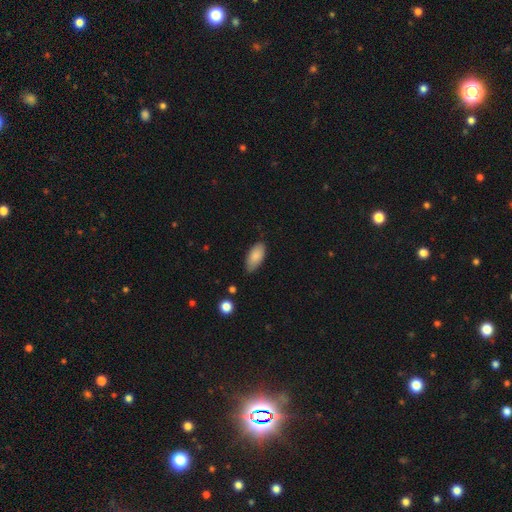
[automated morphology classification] Smooth or featured? smooth (86%)
How rounded? in between (90%)
Merging? none (76%)